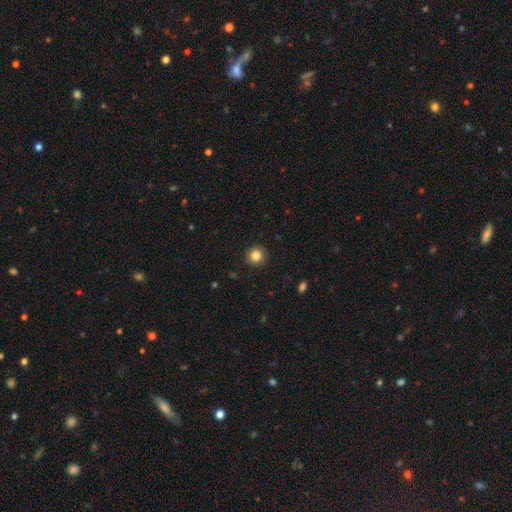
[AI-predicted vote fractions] Smooth or featured?
  - smooth: 84% *
  - star or artifact: 11%
  - featured or disk: 5%
How rounded?
  - round: 93% *
  - in between: 6%
  - cigar-shaped: 1%
Merging?
  - none: 91% *
  - minor disturbance: 6%
  - major disturbance: 2%
  - merger: 1%